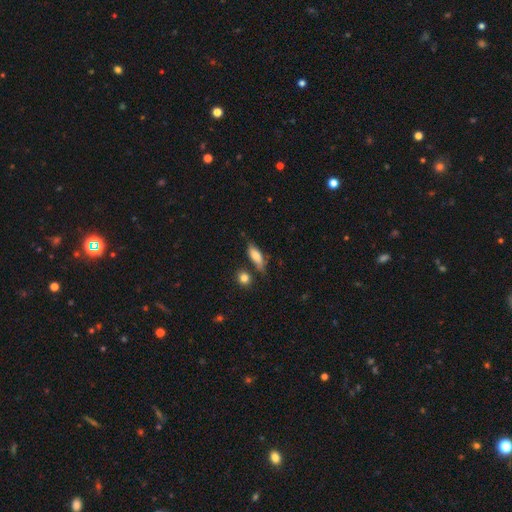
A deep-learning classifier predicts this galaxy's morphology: Q: Smooth or featured?
A: smooth (68%); runner-up: featured or disk (24%)
Q: How rounded?
A: in between (64%); runner-up: cigar-shaped (32%)
Q: Merging?
A: none (59%); runner-up: minor disturbance (24%)